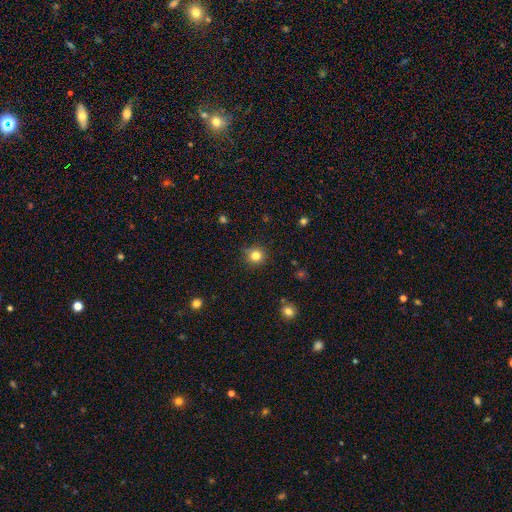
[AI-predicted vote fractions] A smooth galaxy with no disk features (81%) that is round (93%). Merging: none (87%).